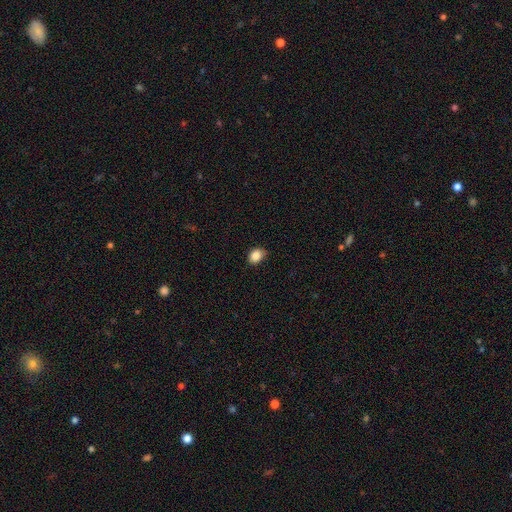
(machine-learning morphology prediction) The model was most divided on "how rounded": in between: 59%, round: 40%, cigar-shaped: 1%. More confident: smooth or featured — smooth (87%); merging — none (77%).